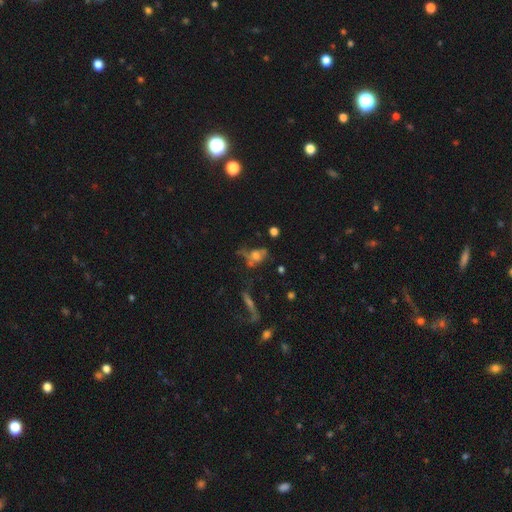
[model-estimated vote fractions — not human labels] A smooth galaxy with no disk features (46%).

Vote fractions:
- Smooth or featured? smooth: 46% / featured or disk: 35% / star or artifact: 19%
- Merging? major disturbance: 31% (tied) / none: 31% (tied) / minor disturbance: 20% / merger: 18%